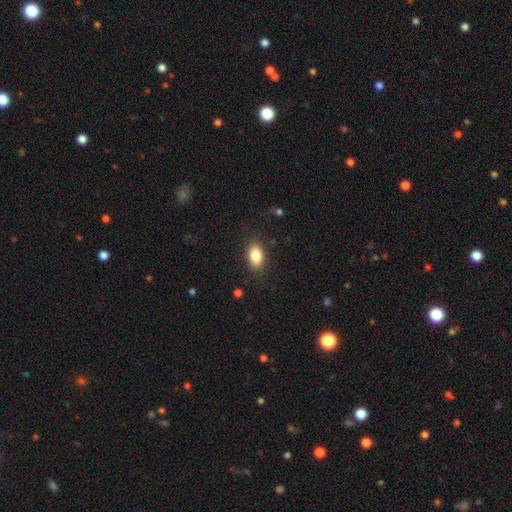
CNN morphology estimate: type=smooth (84%); roundness=in between (89%); merging=none (85%).